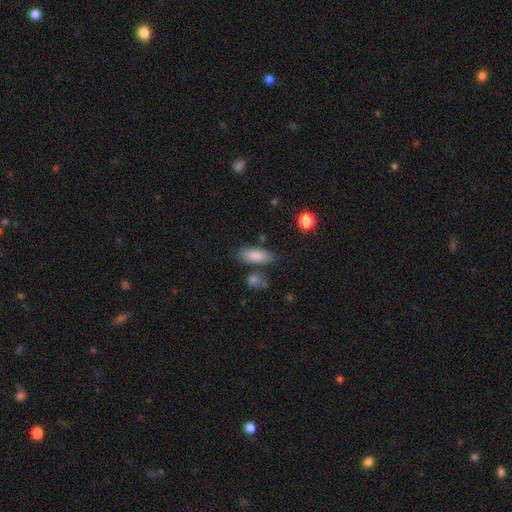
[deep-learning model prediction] Morphology: type=smooth (85%); roundness=in between (78%); merging=none (73%).